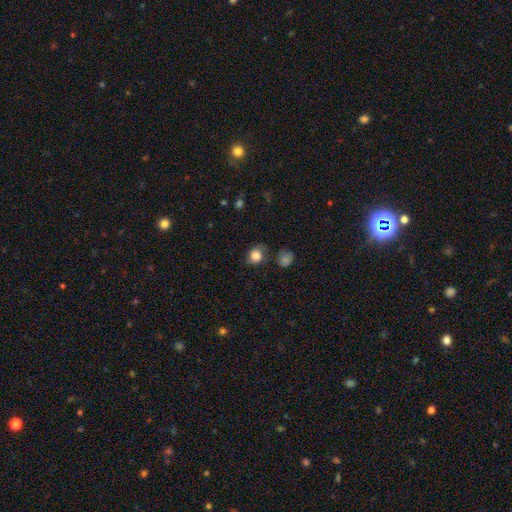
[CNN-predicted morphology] Q: Smooth or featured?
A: smooth (81%); runner-up: featured or disk (10%)
Q: How rounded?
A: round (65%); runner-up: in between (34%)
Q: Merging?
A: none (62%); runner-up: minor disturbance (23%)